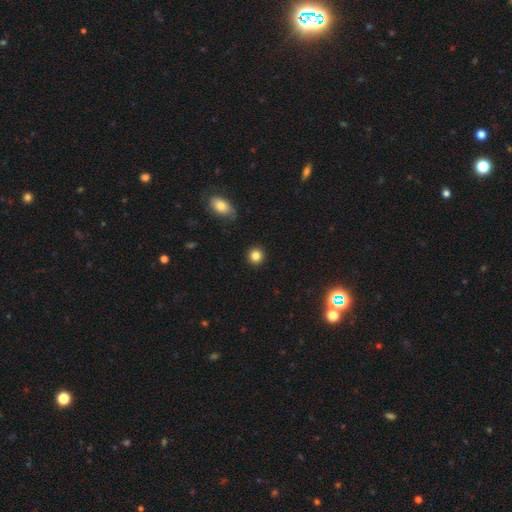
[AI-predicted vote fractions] This appears to be a smooth galaxy with no disk features (85%) that is round (92%). Merging: none (91%).